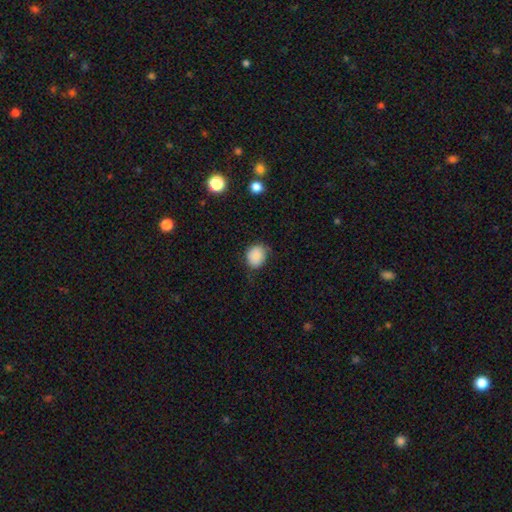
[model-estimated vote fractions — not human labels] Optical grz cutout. It shows a smooth galaxy with no disk features (86%) that is round (62%). Merging: none (67%).